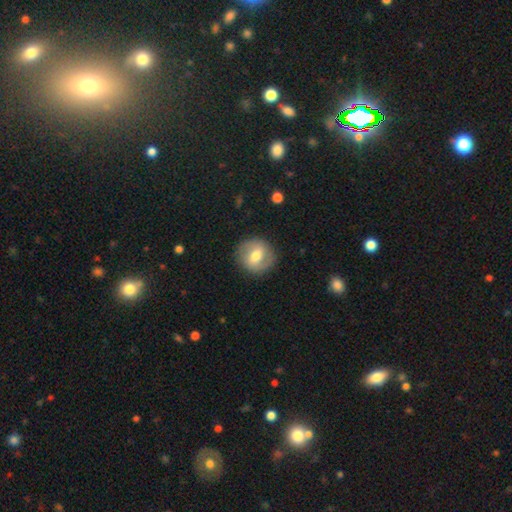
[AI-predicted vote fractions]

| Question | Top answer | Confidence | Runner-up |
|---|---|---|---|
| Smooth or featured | smooth | 51% | featured or disk (42%) |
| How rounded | round | 86% | in between (13%) |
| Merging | none | 86% | minor disturbance (9%) |